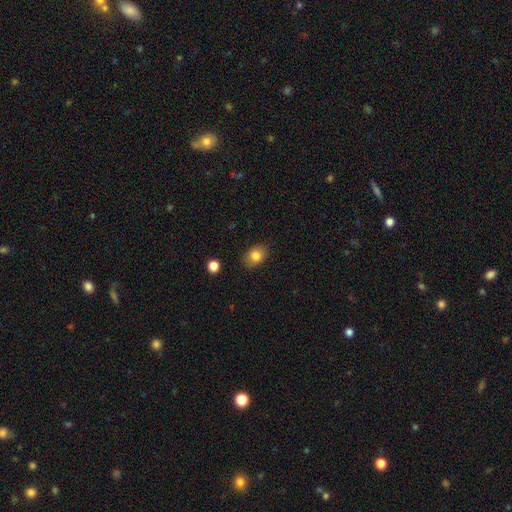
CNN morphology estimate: Smooth or featured? smooth (83%)
How rounded? in between (71%)
Merging? none (85%)